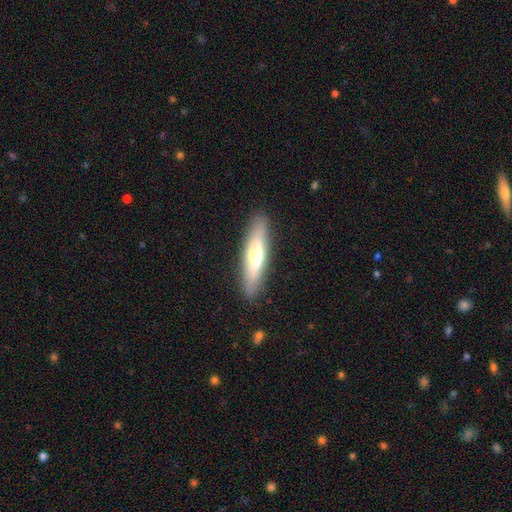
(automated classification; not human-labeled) This appears to be a smooth galaxy with no disk features (58%) that is cigar-shaped (74%). Merging: none (88%).